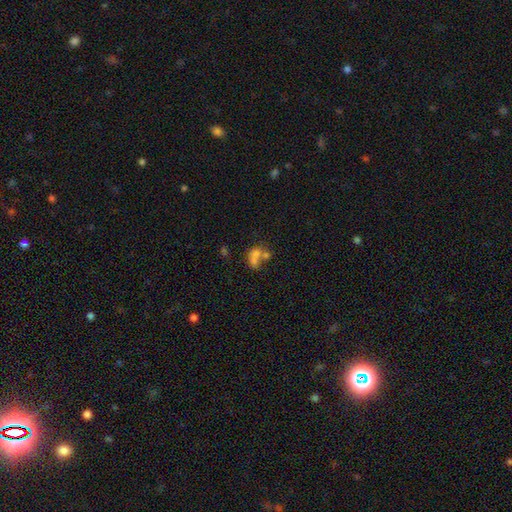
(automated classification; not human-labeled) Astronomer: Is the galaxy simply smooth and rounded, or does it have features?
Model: smooth — 62%.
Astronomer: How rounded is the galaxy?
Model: in between — 63%.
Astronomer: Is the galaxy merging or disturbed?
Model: merger — 59%.